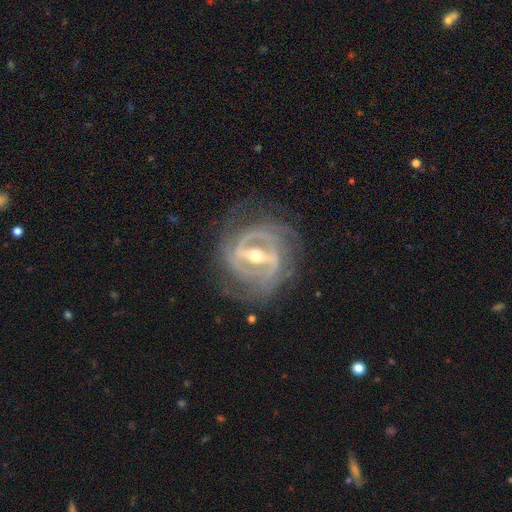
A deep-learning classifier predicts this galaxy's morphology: Q: Smooth or featured?
A: featured or disk (91%); runner-up: star or artifact (5%)
Q: Edge-on disk?
A: no (92%); runner-up: yes (8%)
Q: Bar?
A: strong (80%); runner-up: weak (16%)
Q: Spiral arms?
A: yes (93%); runner-up: no (7%)
Q: Spiral winding?
A: tight (65%); runner-up: medium (27%)
Q: Spiral arm count?
A: 2 (33%); runner-up: can't tell (24%)
Q: Bulge size?
A: moderate (63%); runner-up: small (31%)
Q: Merging?
A: none (77%); runner-up: minor disturbance (13%)